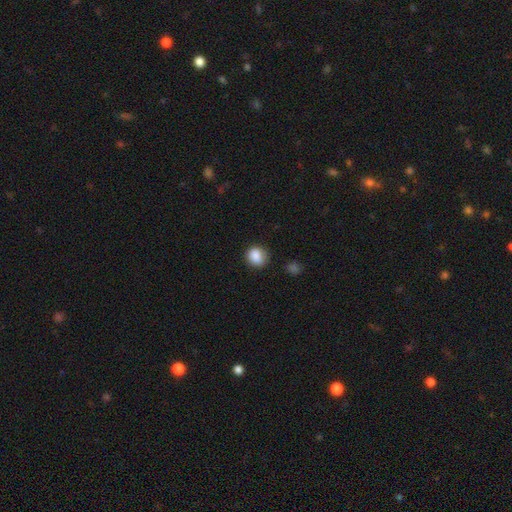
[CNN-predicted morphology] Smooth or featured? Predicted: smooth (p=0.87). How rounded? Predicted: round (p=0.77). Merging? Predicted: none (p=0.78).